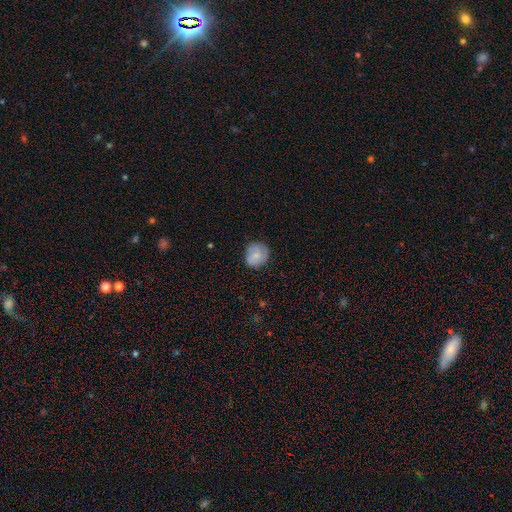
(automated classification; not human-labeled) The model was most divided on "smooth or featured": smooth: 68%, featured or disk: 24%, star or artifact: 7%. More confident: how rounded — round (78%); merging — none (75%).